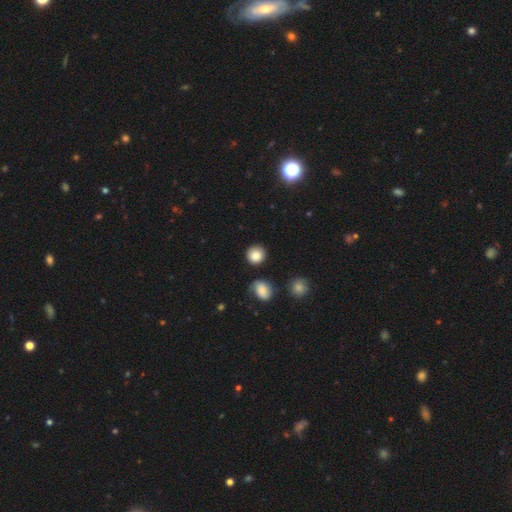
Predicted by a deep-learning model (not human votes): smooth-or-featured: smooth: 85% | star or artifact: 9% | featured or disk: 6%
  how-rounded: round: 90% | in between: 9% | cigar-shaped: 1%
  merging: none: 84% | minor disturbance: 10% | merger: 3% | major disturbance: 3%